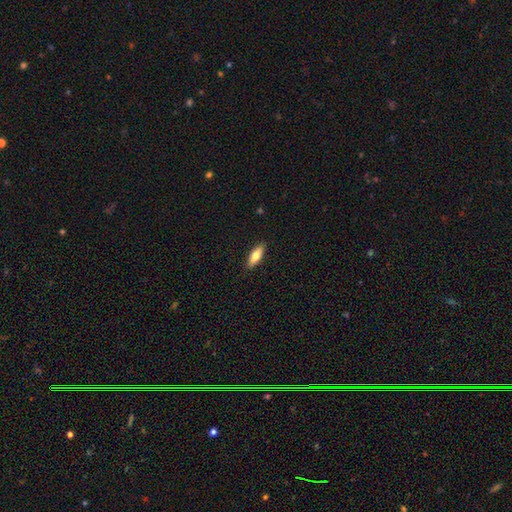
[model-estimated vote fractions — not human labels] Overall: smooth (66%; featured or disk 28%). How rounded: in between (58%; cigar-shaped 39%). Merging: none (90%).